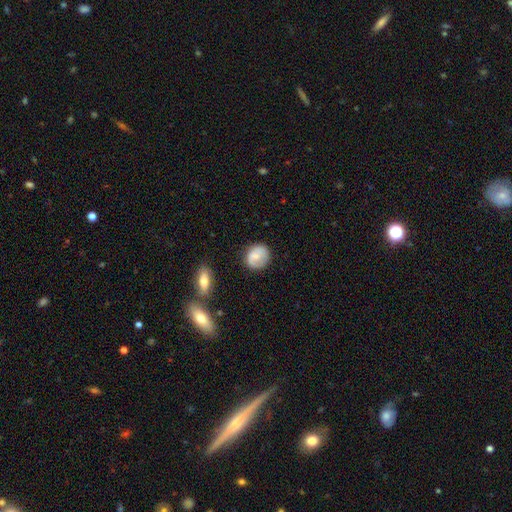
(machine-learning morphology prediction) smooth_or_featured: smooth (p=0.69) [alt: featured or disk p=0.24]
how_rounded: round (p=0.78) [alt: in between p=0.21]
merging: none (p=0.76) [alt: minor disturbance p=0.17]